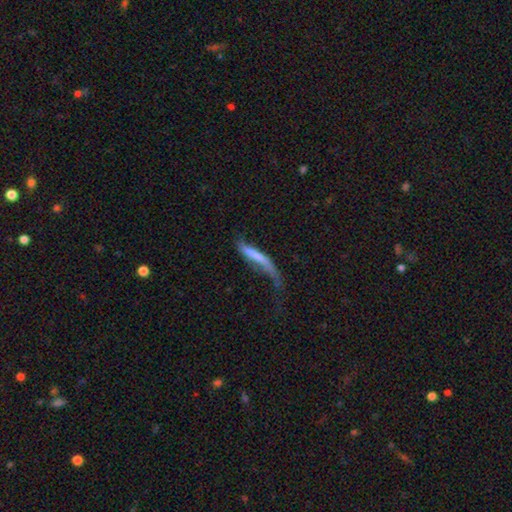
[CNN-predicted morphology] Q: Smooth or featured?
A: smooth (52%); runner-up: featured or disk (40%)
Q: How rounded?
A: cigar-shaped (86%); runner-up: in between (11%)
Q: Merging?
A: major disturbance (46%); runner-up: none (24%)